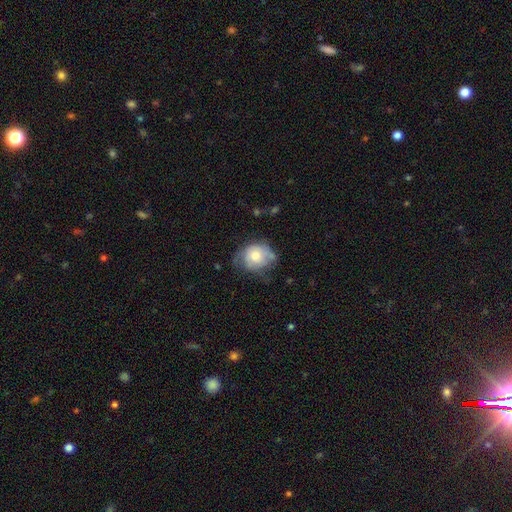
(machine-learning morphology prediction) Smooth or featured?
  - smooth: 57% *
  - featured or disk: 36%
  - star or artifact: 8%
How rounded?
  - round: 62% *
  - in between: 37%
  - cigar-shaped: 1%
Merging?
  - none: 44% *
  - minor disturbance: 36%
  - major disturbance: 18%
  - merger: 3%